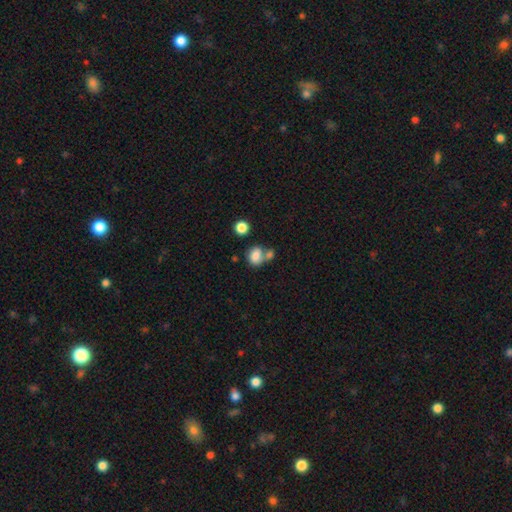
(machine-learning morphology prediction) This appears to be a smooth galaxy with no disk features (80%) that is in between round and cigar-shaped (58%). Merging: merger (45%).